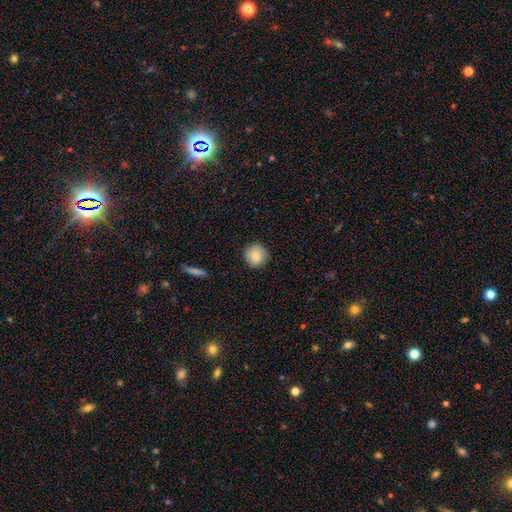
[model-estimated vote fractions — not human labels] Q: Smooth or featured?
A: smooth (85%); runner-up: star or artifact (8%)
Q: How rounded?
A: round (94%); runner-up: in between (5%)
Q: Merging?
A: none (90%); runner-up: minor disturbance (7%)